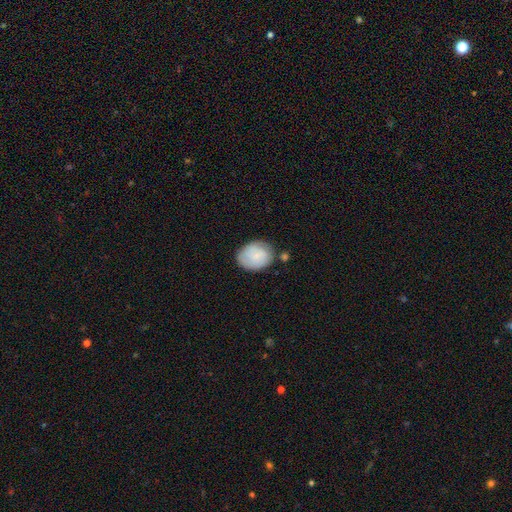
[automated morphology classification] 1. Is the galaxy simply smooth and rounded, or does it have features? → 76% smooth, 17% featured or disk, 7% star or artifact.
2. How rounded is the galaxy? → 53% in between, 46% round, 1% cigar-shaped.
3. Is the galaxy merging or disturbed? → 65% none, 23% minor disturbance, 7% merger, 6% major disturbance.